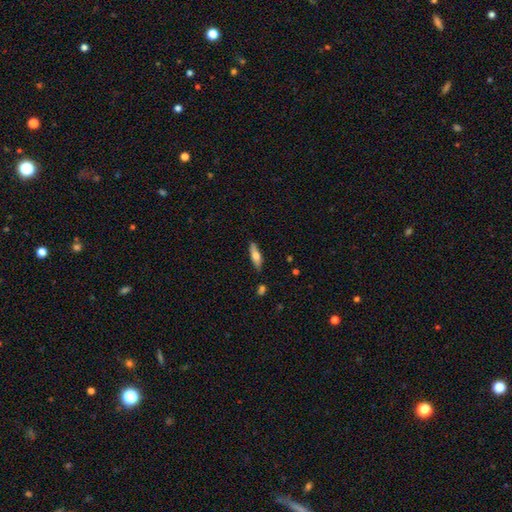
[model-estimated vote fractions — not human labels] smooth 62%, featured or disk 32%, star or artifact 6%. Down the decision tree: how rounded — cigar-shaped (56%); merging — none (84%).